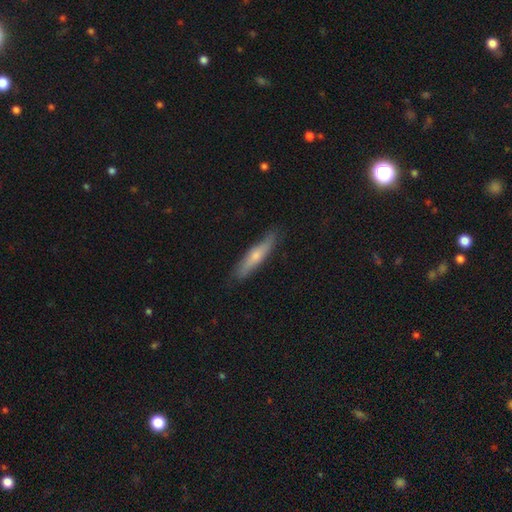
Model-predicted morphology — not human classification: Smooth or featured? smooth (55%)
How rounded? cigar-shaped (87%)
Merging? none (83%)